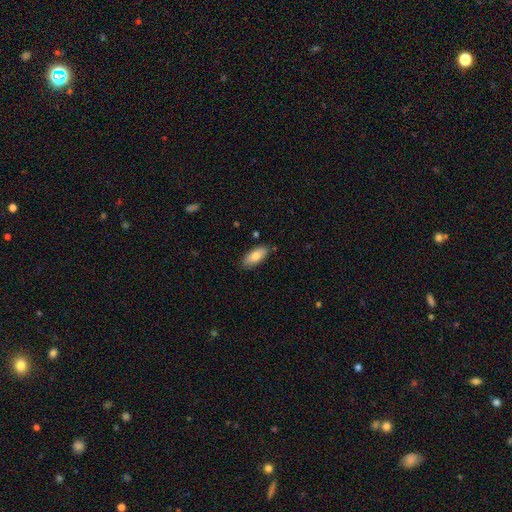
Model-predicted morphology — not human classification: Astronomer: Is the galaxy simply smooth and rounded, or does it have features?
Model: smooth — 81%.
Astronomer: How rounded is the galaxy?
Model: in between — 85%.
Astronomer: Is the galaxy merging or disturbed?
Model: none — 84%.